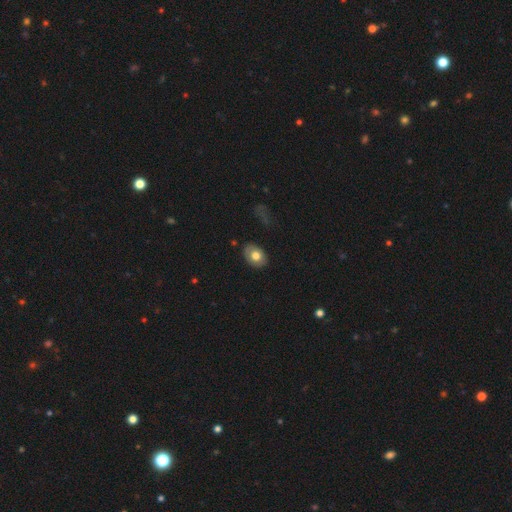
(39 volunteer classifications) Overall: smooth (77%). How rounded: in between (87%). Merging: none (76%).